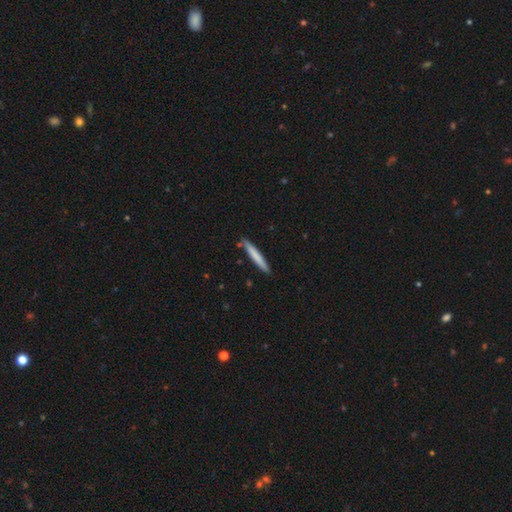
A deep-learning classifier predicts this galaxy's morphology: Smooth or featured? smooth (73%)
How rounded? cigar-shaped (95%)
Merging? none (86%)